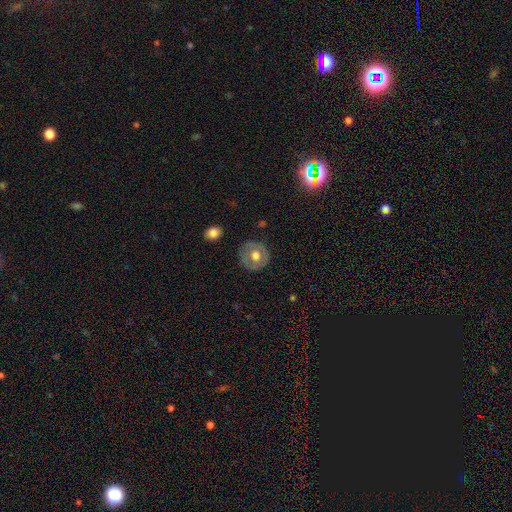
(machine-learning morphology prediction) Smooth or featured: smooth — 54% (featured or disk — 39%)
How rounded: round — 90% (in between — 9%)
Merging: none — 82% (minor disturbance — 12%)